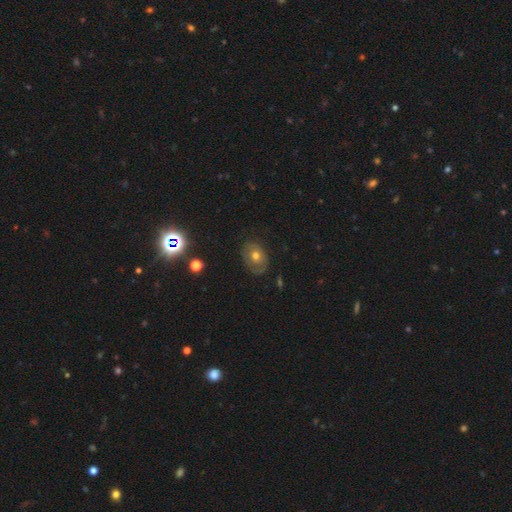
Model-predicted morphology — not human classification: Smooth or featured?
  - smooth: 50% *
  - featured or disk: 38%
  - star or artifact: 12%
Merging?
  - none: 73% *
  - minor disturbance: 19%
  - major disturbance: 7%
  - merger: 1%